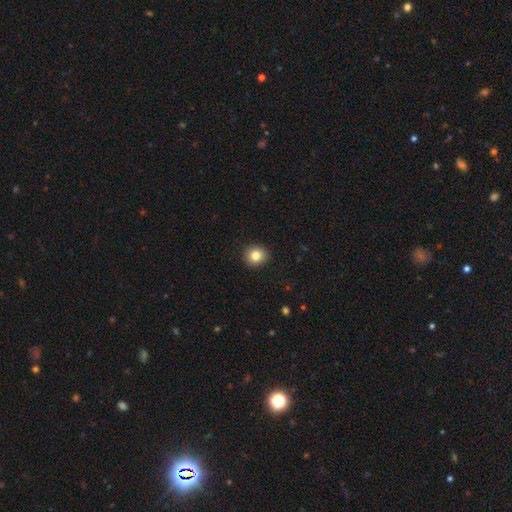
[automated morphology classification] The model was most divided on "how rounded": round: 84%, in between: 15%, cigar-shaped: 1%. More confident: merging — none (91%); smooth or featured — smooth (83%).